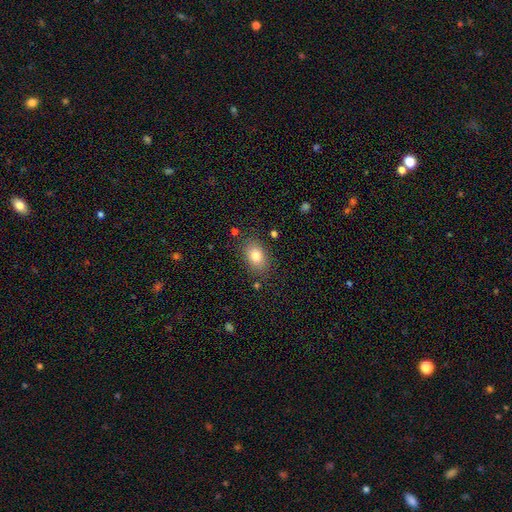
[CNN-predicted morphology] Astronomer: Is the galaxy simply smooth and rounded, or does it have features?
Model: smooth — 80%.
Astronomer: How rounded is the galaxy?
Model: in between — 81%.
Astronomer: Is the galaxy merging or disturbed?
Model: none — 83%.